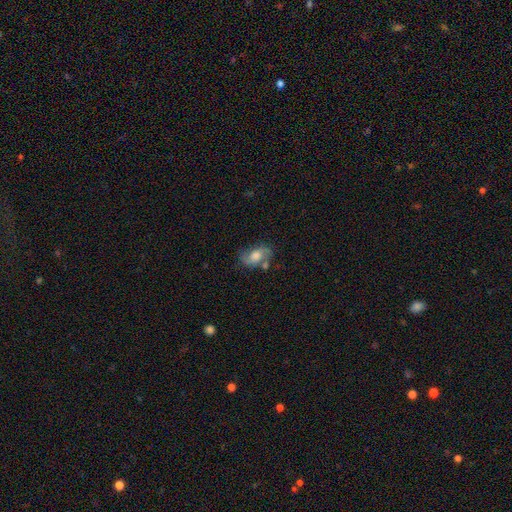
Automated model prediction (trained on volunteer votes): Smooth or featured? featured or disk (53%)
Edge-on disk? no (94%)
Merging? none (58%)